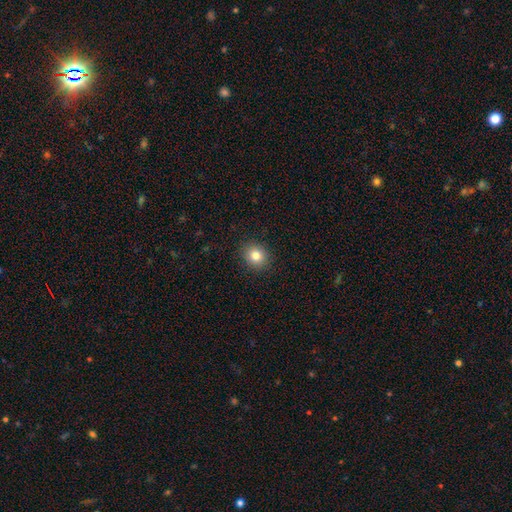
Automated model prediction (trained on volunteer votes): A smooth galaxy with no disk features (83%) that is round (74%). Merging: none (90%).